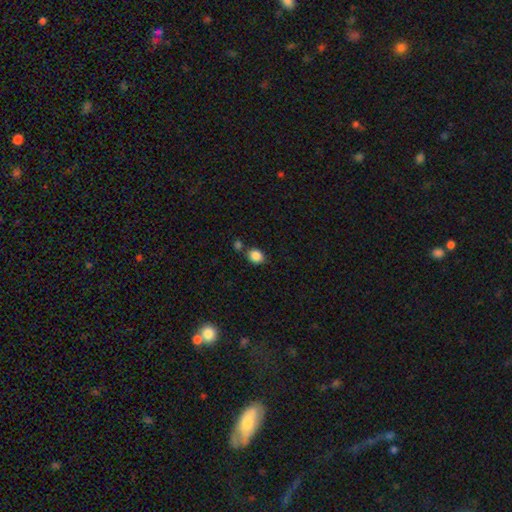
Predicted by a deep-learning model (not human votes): Smooth or featured? smooth (87%)
How rounded? round (51%)
Merging? none (69%)